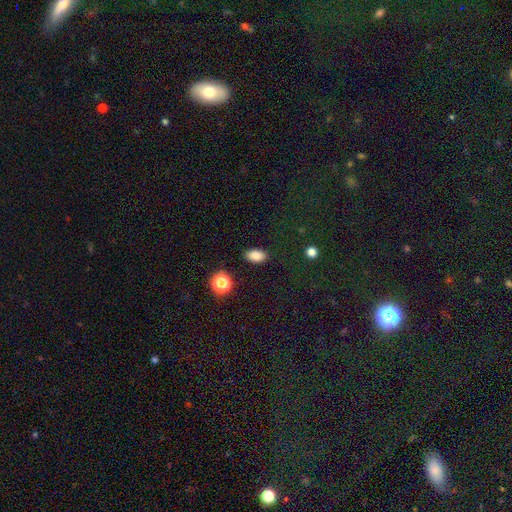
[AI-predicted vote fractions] A smooth galaxy with no disk features (85%) that is in between round and cigar-shaped (88%). Merging: none (87%).